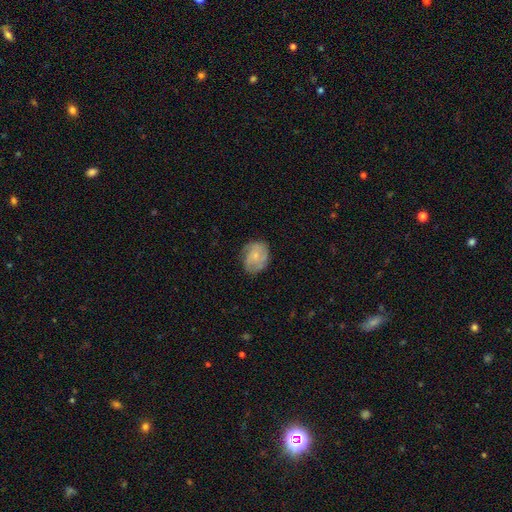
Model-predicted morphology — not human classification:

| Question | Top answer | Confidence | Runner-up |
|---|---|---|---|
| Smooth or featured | smooth | 50% | featured or disk (43%) |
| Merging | none | 67% | minor disturbance (24%) |